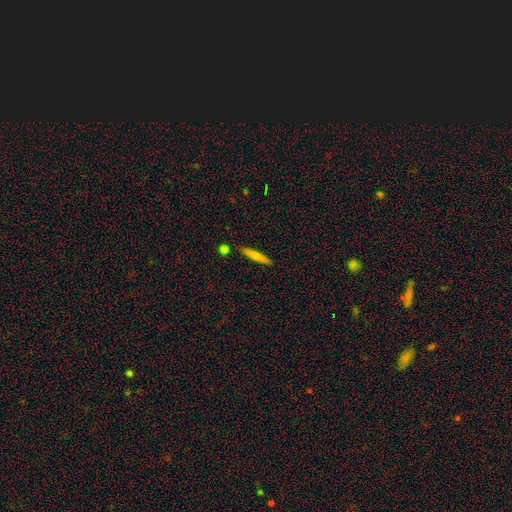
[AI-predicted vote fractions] A smooth galaxy with no disk features (62%) that is cigar-shaped (92%). Merging: none (87%).